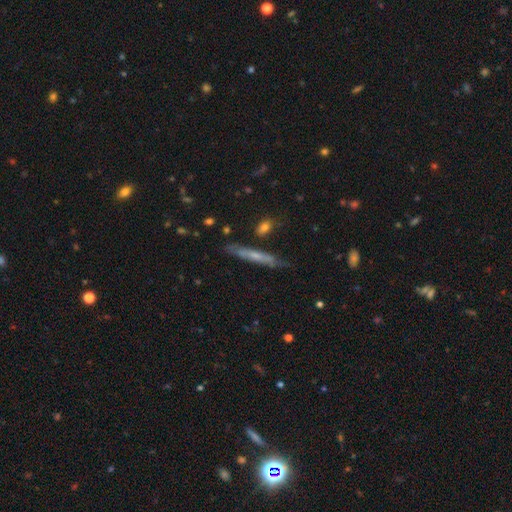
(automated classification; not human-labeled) Overall: featured or disk (49%; smooth 43%). Merging: none (74%).